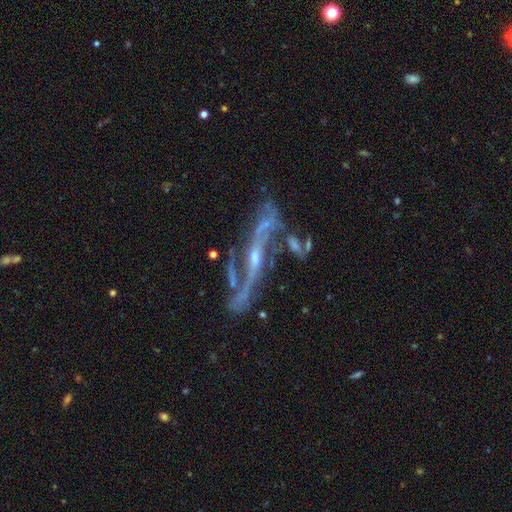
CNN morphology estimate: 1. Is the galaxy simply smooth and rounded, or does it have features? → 87% featured or disk, 8% star or artifact, 5% smooth.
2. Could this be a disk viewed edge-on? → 67% no, 33% yes.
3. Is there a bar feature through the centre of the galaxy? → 37% strong, 32% weak, 31% no.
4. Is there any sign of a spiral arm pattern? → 93% yes, 7% no.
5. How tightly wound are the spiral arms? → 62% loose, 26% medium, 12% tight.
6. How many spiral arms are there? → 86% 2, 6% can't tell, 3% 1, 2% 3, 2% 4, 2% more than 4.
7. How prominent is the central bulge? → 65% small, 28% moderate, 4% none, 1% large, 1% dominant.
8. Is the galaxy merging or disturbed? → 55% none, 20% minor disturbance, 13% major disturbance, 12% merger.